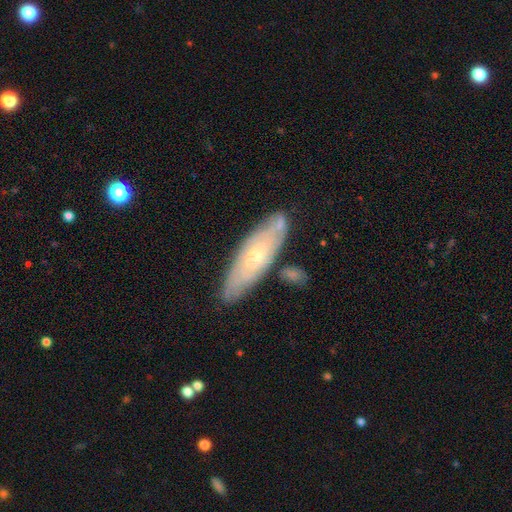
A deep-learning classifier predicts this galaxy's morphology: Smooth or featured? featured or disk (66%)
Edge-on disk? no (74%)
Merging? none (75%)